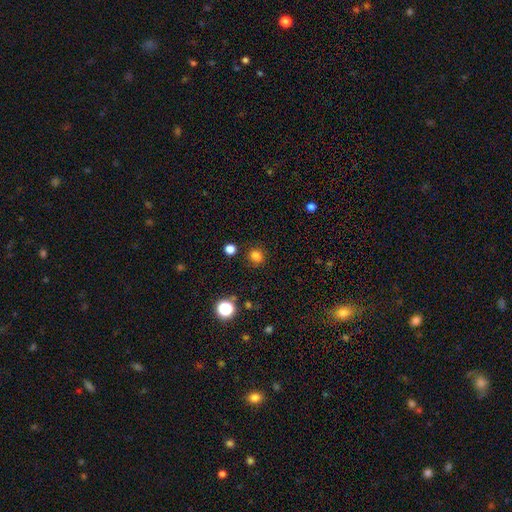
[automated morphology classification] Q: Smooth or featured?
A: smooth (79%); runner-up: star or artifact (17%)
Q: How rounded?
A: round (86%); runner-up: in between (13%)
Q: Merging?
A: none (83%); runner-up: minor disturbance (10%)